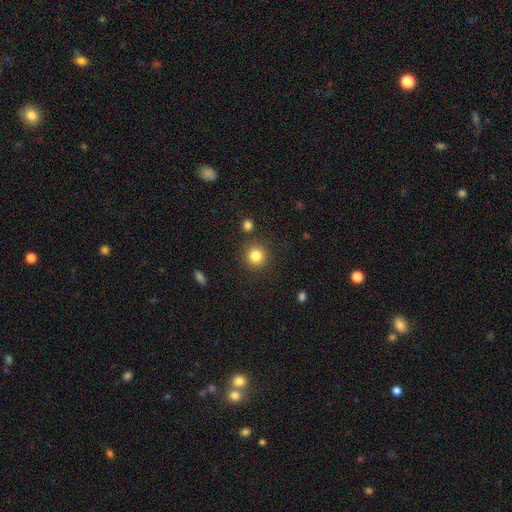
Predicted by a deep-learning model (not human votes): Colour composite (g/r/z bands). It shows a smooth galaxy with no disk features (84%) that is round (93%). Merging: none (87%).